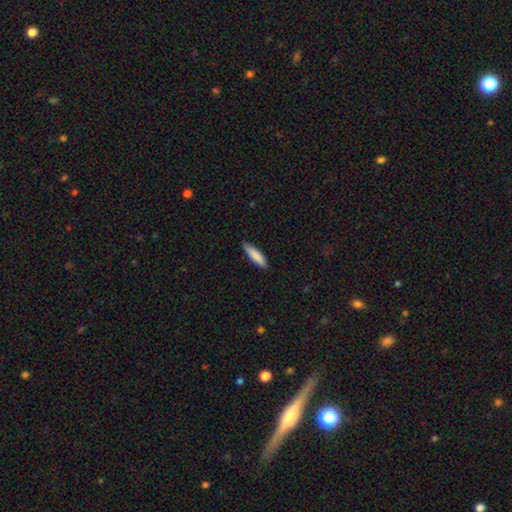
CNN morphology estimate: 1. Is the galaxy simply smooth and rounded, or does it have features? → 86% smooth, 8% featured or disk, 6% star or artifact.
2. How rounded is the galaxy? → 70% cigar-shaped, 29% in between, 1% round.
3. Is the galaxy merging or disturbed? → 85% none, 12% minor disturbance, 2% major disturbance, 1% merger.